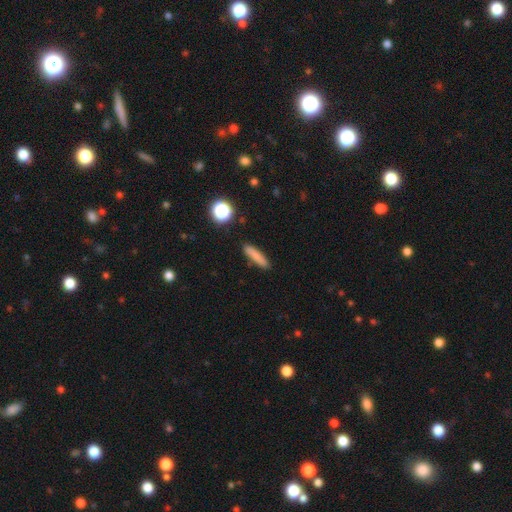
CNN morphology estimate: A smooth galaxy with no disk features (79%) that is cigar-shaped (82%). Merging: none (87%).